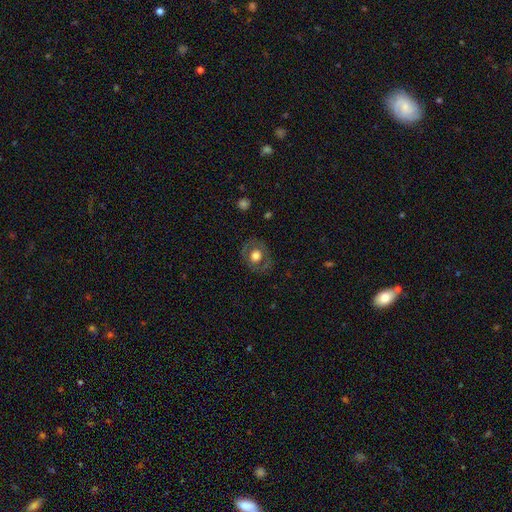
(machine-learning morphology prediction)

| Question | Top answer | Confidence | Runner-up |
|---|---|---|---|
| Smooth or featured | smooth | 54% | featured or disk (37%) |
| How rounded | round | 63% | in between (36%) |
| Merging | none | 80% | minor disturbance (13%) |